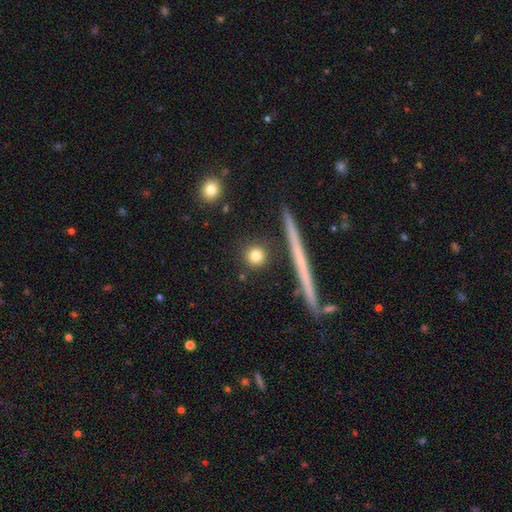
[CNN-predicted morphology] smooth_or_featured: smooth (p=0.80) [alt: featured or disk p=0.10]
how_rounded: round (p=0.90) [alt: in between p=0.06]
merging: none (p=0.89) [alt: minor disturbance p=0.06]